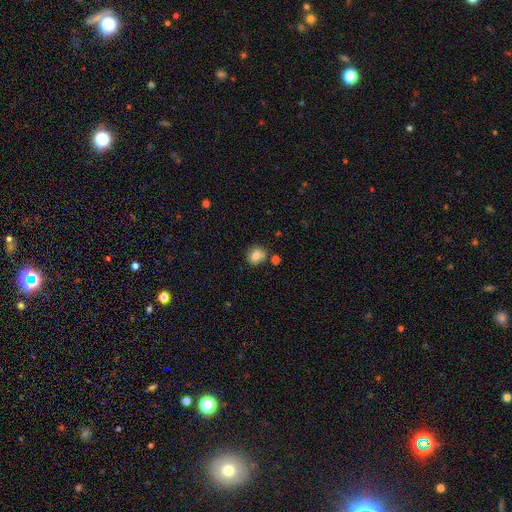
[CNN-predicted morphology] smooth-or-featured: smooth: 81% | star or artifact: 10% | featured or disk: 9%
  how-rounded: round: 82% | in between: 17% | cigar-shaped: 1%
  merging: none: 75% | minor disturbance: 13% | merger: 9% | major disturbance: 3%